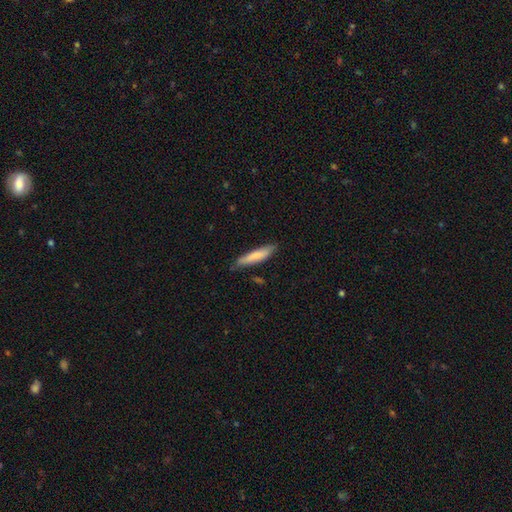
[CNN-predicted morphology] Smooth or featured?
  - smooth: 78% *
  - featured or disk: 17%
  - star or artifact: 5%
How rounded?
  - cigar-shaped: 85% *
  - in between: 13%
  - round: 1%
Merging?
  - none: 80% *
  - minor disturbance: 16%
  - major disturbance: 2%
  - merger: 2%